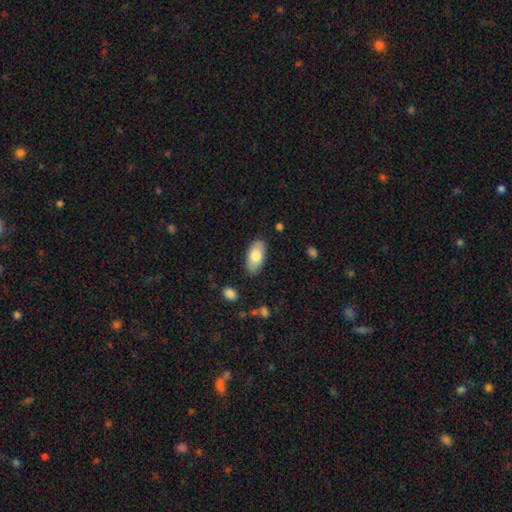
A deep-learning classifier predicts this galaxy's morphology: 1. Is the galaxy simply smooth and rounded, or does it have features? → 79% smooth, 15% featured or disk, 6% star or artifact.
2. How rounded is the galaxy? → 93% in between, 4% cigar-shaped, 3% round.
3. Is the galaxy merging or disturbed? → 85% none, 11% minor disturbance, 2% major disturbance, 1% merger.